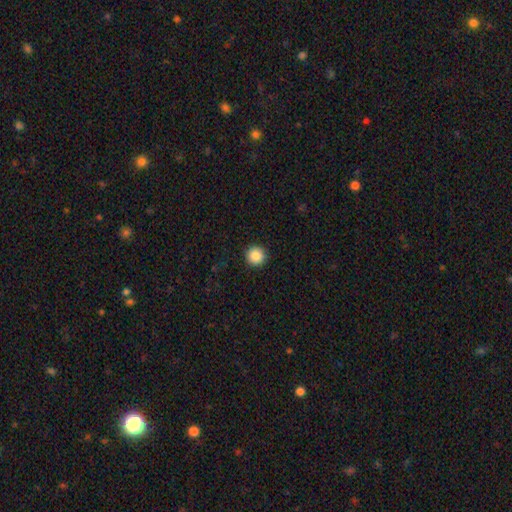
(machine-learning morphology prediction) Q: Smooth or featured?
A: smooth (87%); runner-up: star or artifact (9%)
Q: How rounded?
A: round (94%); runner-up: in between (5%)
Q: Merging?
A: none (93%); runner-up: minor disturbance (5%)